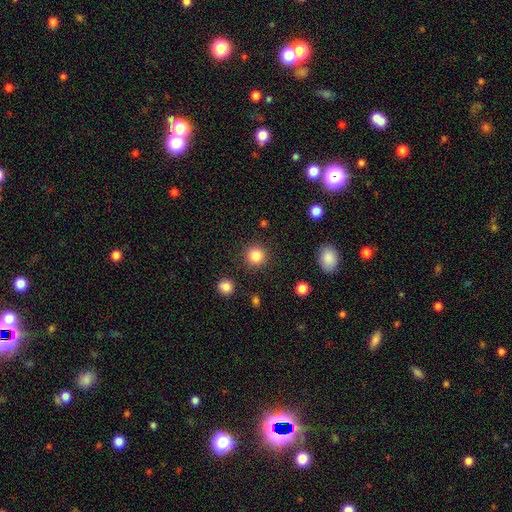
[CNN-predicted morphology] This appears to be a smooth galaxy with no disk features (85%) that is round (95%). Merging: none (90%).